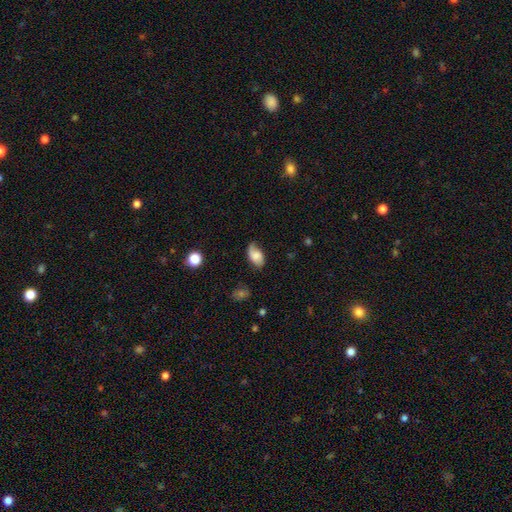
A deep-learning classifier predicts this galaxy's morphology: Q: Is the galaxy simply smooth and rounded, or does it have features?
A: smooth — 61%.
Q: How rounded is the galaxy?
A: in between — 90%.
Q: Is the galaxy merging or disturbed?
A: none — 55%.